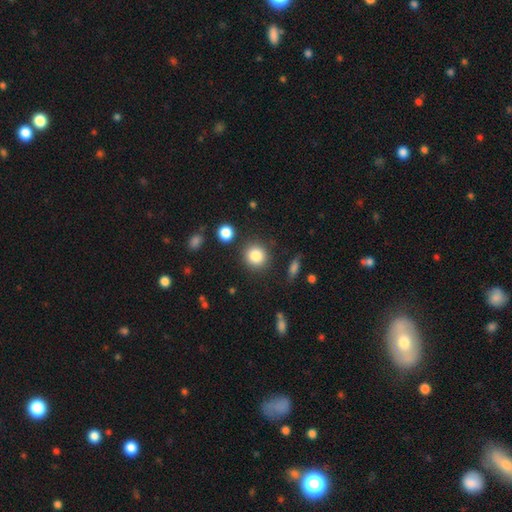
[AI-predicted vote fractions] Smooth or featured? smooth (85%)
How rounded? round (87%)
Merging? none (85%)